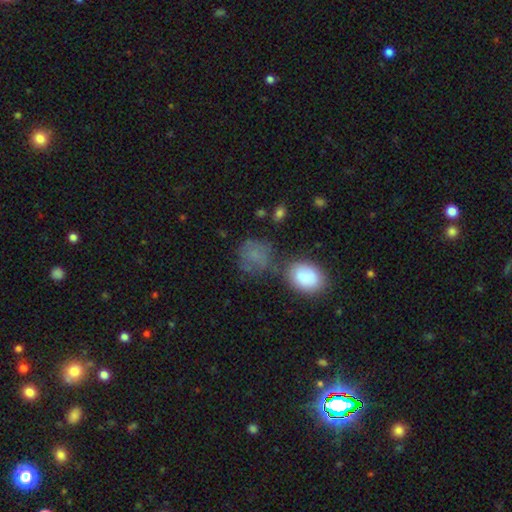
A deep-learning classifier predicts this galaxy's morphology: This is likely a smooth galaxy (75%). How rounded: likely round (69%). Merging: possibly none (48%).